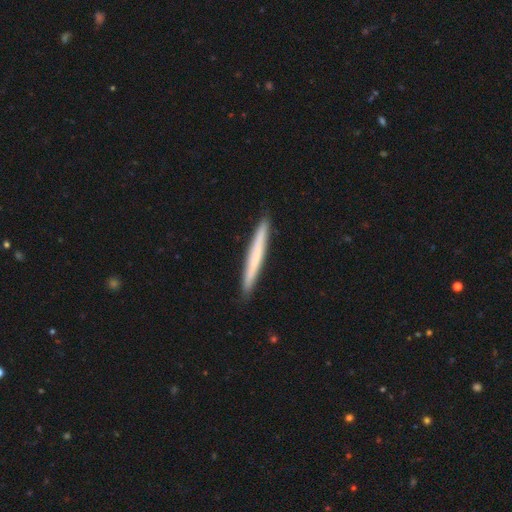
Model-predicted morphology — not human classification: This is possibly a smooth galaxy (59%). How rounded: clearly cigar-shaped (97%). Merging: clearly none (92%).